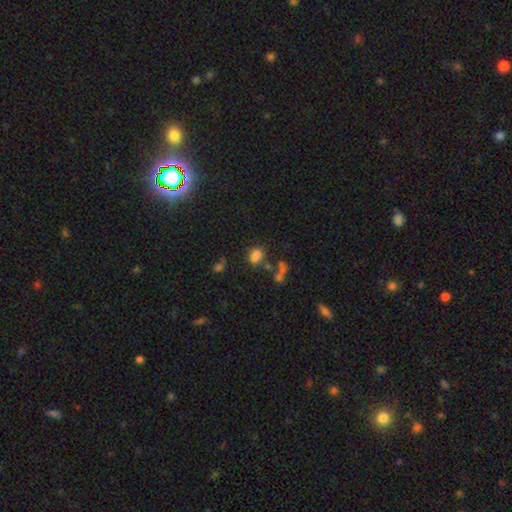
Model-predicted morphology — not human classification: Smooth or featured? Predicted: smooth (p=0.77). How rounded? Predicted: in between (p=0.69). Merging? Predicted: none (p=0.62).